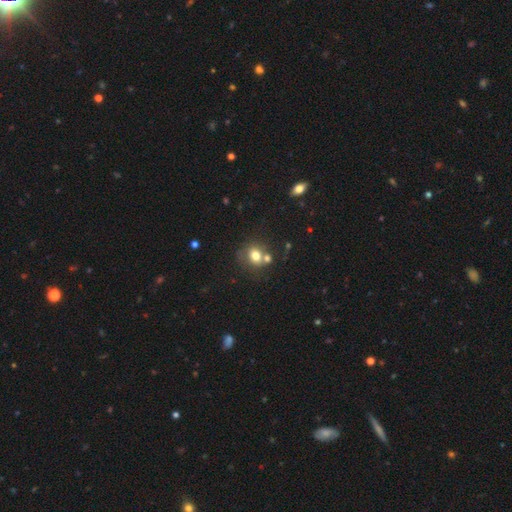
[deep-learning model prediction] smooth 74%, featured or disk 14%, star or artifact 12%. Down the decision tree: how rounded — round (68%); merging — none (52%).